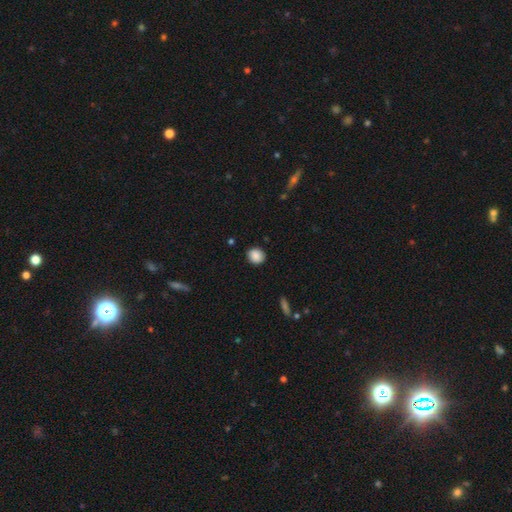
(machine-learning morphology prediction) This appears to be a smooth galaxy with no disk features (88%) that is round (79%). Merging: none (88%).